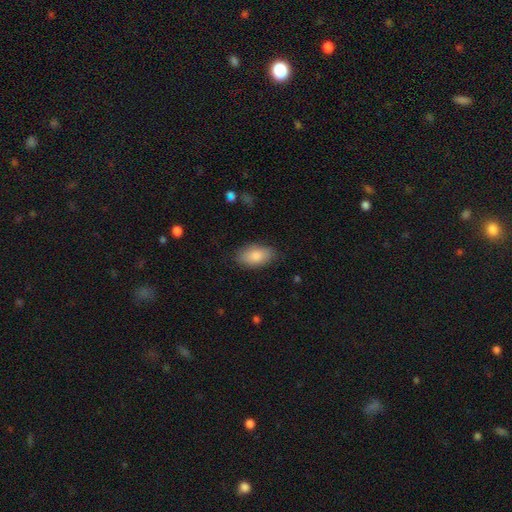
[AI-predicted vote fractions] Morphology: type=smooth (85%); roundness=in between (93%); merging=none (82%).